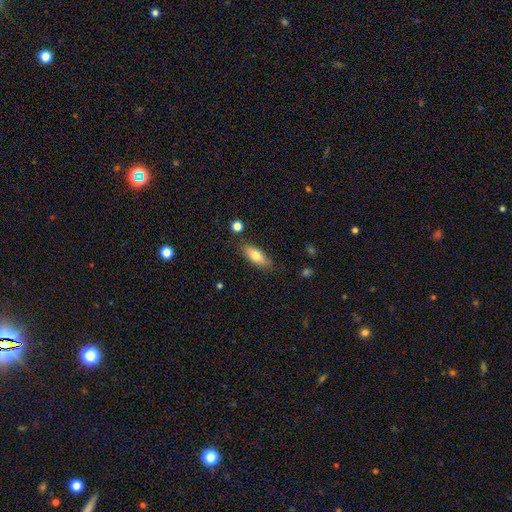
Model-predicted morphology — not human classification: A smooth galaxy with no disk features (73%) that is in between round and cigar-shaped (74%).

Vote fractions:
- Smooth or featured? smooth: 73% / featured or disk: 21% / star or artifact: 7%
- How rounded? in between: 74% / cigar-shaped: 23% / round: 3%
- Merging? none: 81% / minor disturbance: 14% / major disturbance: 3% / merger: 3%